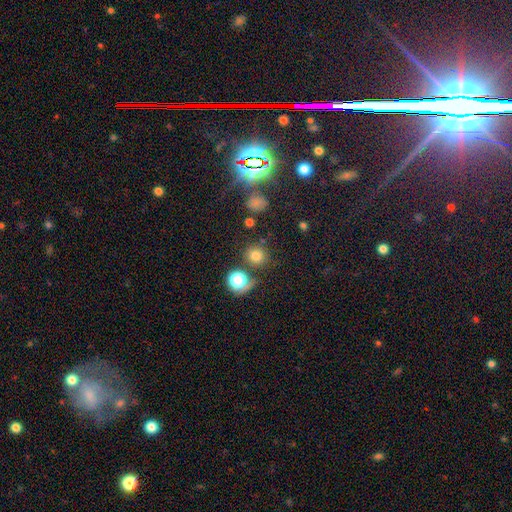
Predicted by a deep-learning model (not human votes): A smooth galaxy with no disk features (76%) that is round (89%). Merging: none (77%).